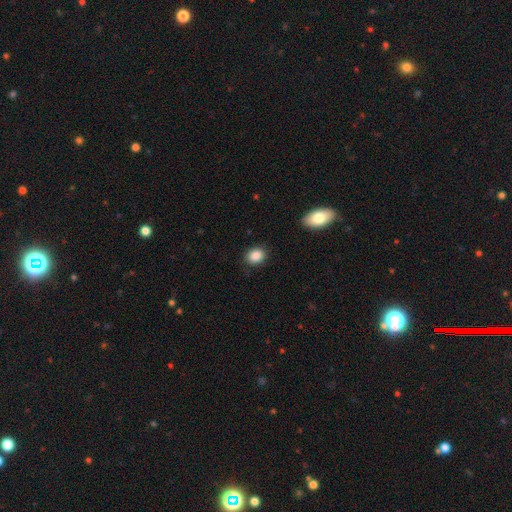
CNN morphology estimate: The model was most divided on "how rounded": round: 52%, in between: 47%, cigar-shaped: 1%. More confident: smooth or featured — smooth (88%); merging — none (87%).